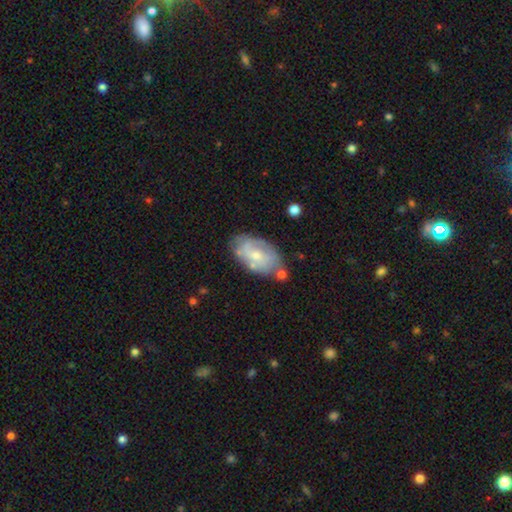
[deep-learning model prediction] Smooth or featured?
  - featured or disk: 54% *
  - smooth: 39%
  - star or artifact: 6%
Edge-on disk?
  - no: 94% *
  - yes: 6%
Bar?
  - no: 61% *
  - weak: 33%
  - strong: 6%
Spiral arms?
  - yes: 61% *
  - no: 39%
Bulge size?
  - small: 57% *
  - moderate: 37%
  - none: 3%
  - large: 2%
  - dominant: 1%
Merging?
  - none: 60% *
  - minor disturbance: 24%
  - merger: 8%
  - major disturbance: 7%